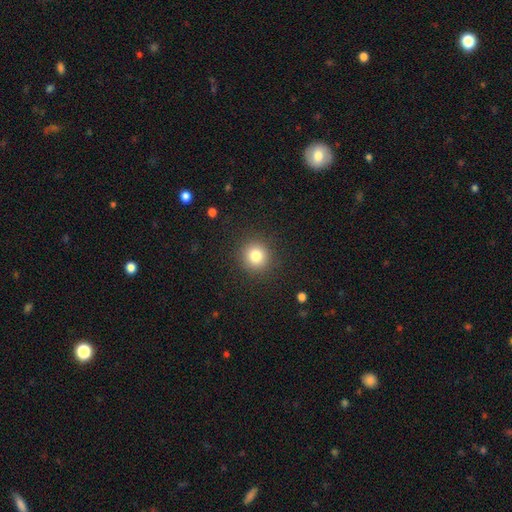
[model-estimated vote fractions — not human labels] Morphology: type=smooth (81%); roundness=round (92%); merging=none (90%).